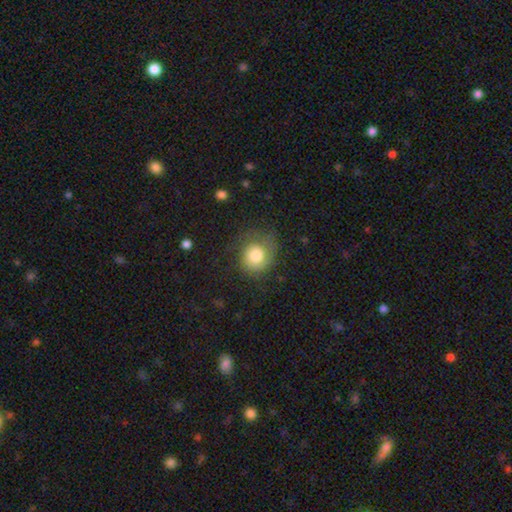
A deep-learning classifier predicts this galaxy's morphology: smooth-or-featured: smooth: 72% | featured or disk: 19% | star or artifact: 9%
  how-rounded: round: 80% | in between: 20% | cigar-shaped: 1%
  merging: none: 59% | minor disturbance: 23% | major disturbance: 17% | merger: 2%